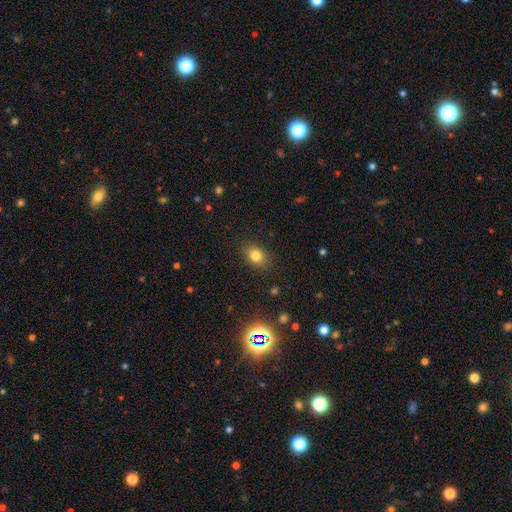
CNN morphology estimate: A smooth galaxy with no disk features (80%) that is in between round and cigar-shaped (64%).

Vote fractions:
- Smooth or featured? smooth: 80% / star or artifact: 13% / featured or disk: 7%
- How rounded? in between: 64% / round: 35% / cigar-shaped: 1%
- Merging? none: 86% / minor disturbance: 10% / major disturbance: 3% / merger: 1%